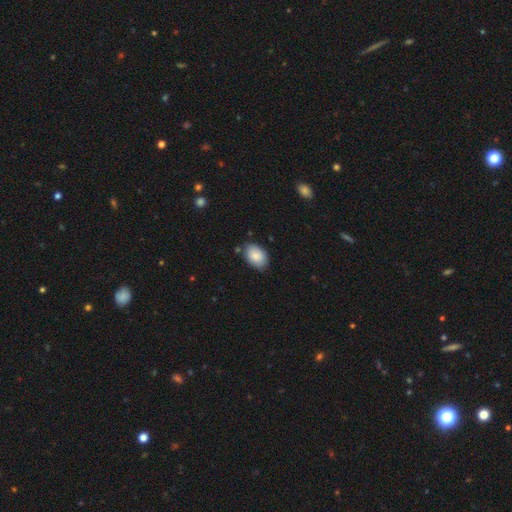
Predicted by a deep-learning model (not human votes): This appears to be a smooth galaxy with no disk features (85%) that is in between round and cigar-shaped (87%). Merging: none (77%).